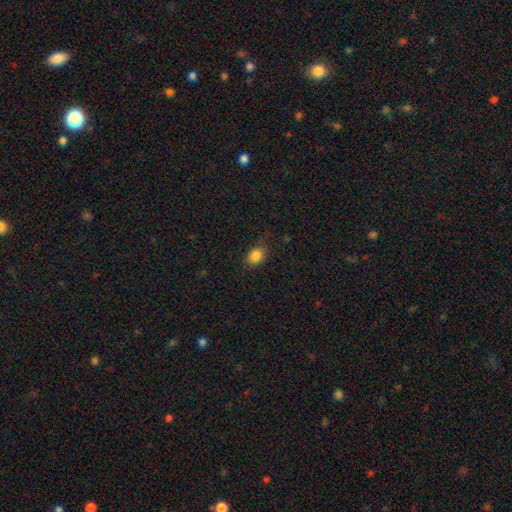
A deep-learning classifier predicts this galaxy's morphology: smooth-or-featured: smooth: 85% | star or artifact: 10% | featured or disk: 5%
  how-rounded: in between: 59% | round: 39% | cigar-shaped: 1%
  merging: none: 78% | minor disturbance: 17% | major disturbance: 4% | merger: 1%